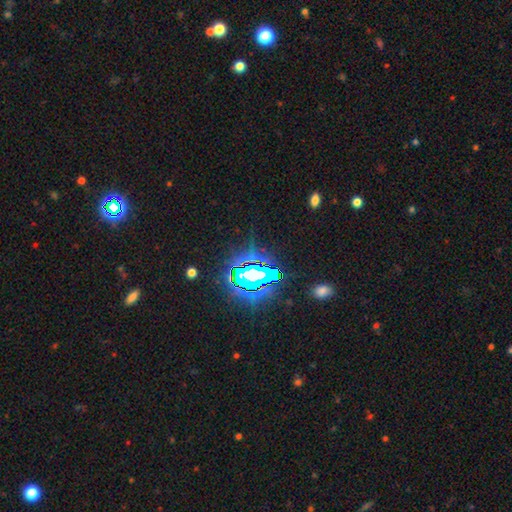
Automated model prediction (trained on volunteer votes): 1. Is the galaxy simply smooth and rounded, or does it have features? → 83% star or artifact, 10% smooth, 7% featured or disk.